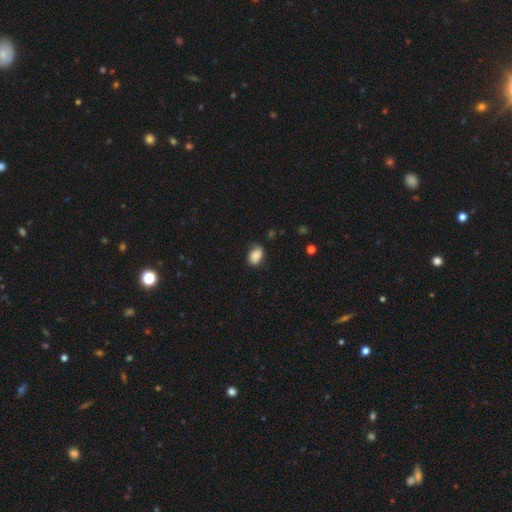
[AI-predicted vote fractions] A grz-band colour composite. It shows a smooth galaxy with no disk features (83%) that is in between round and cigar-shaped (84%). Merging: none (64%).